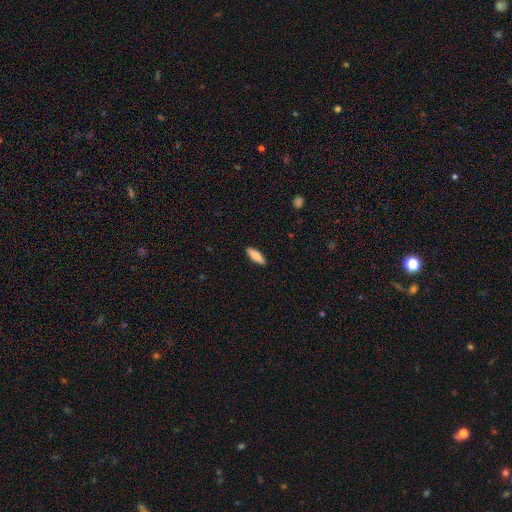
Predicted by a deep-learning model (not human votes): smooth 77%, featured or disk 17%, star or artifact 6%. Down the decision tree: how rounded — cigar-shaped (52%); merging — none (90%).